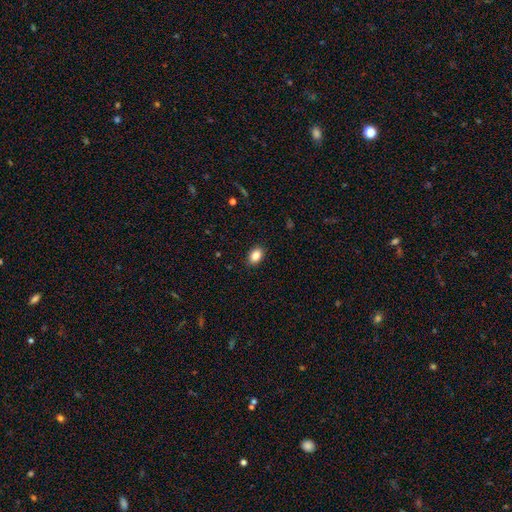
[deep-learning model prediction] Smooth or featured?
  - smooth: 86% *
  - star or artifact: 8%
  - featured or disk: 5%
How rounded?
  - in between: 82% *
  - round: 16%
  - cigar-shaped: 1%
Merging?
  - none: 89% *
  - minor disturbance: 8%
  - major disturbance: 2%
  - merger: 1%